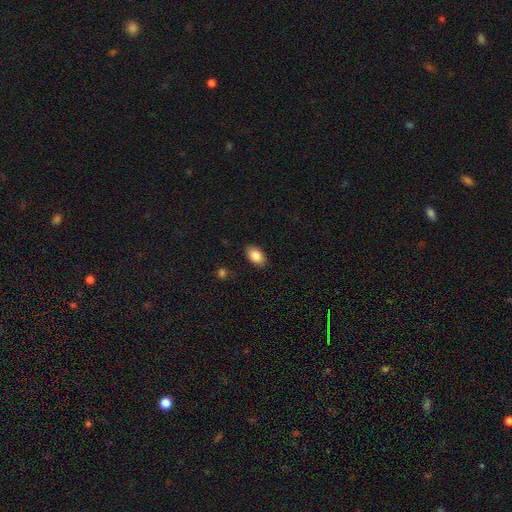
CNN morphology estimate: This appears to be a smooth galaxy with no disk features (84%) that is in between round and cigar-shaped (92%). Merging: none (87%).